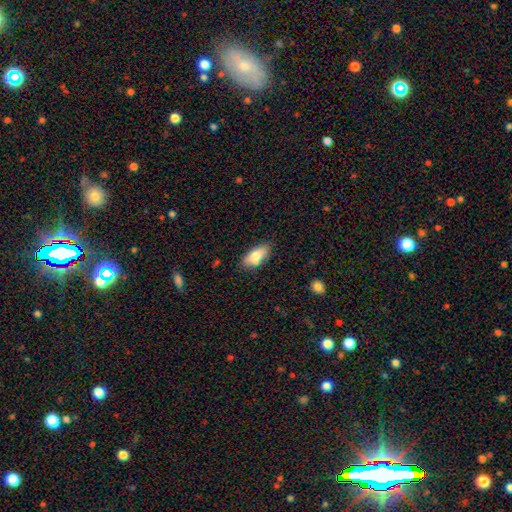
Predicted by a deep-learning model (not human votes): smooth-or-featured: smooth: 76% | featured or disk: 17% | star or artifact: 8%
  how-rounded: in between: 86% | cigar-shaped: 10% | round: 3%
  merging: none: 75% | minor disturbance: 16% | merger: 7% | major disturbance: 3%